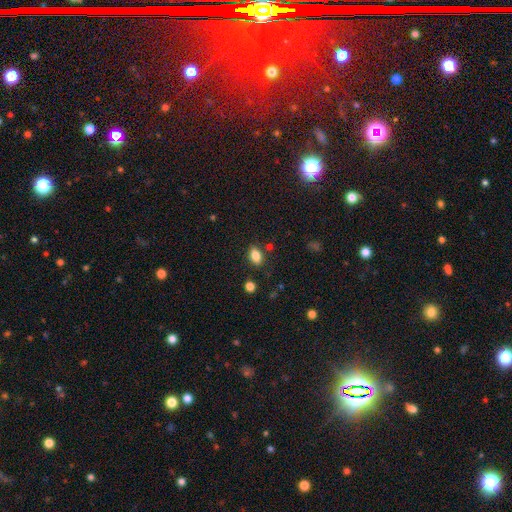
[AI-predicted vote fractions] This appears to be a smooth galaxy with no disk features (83%) that is in between round and cigar-shaped (86%). Merging: none (82%).